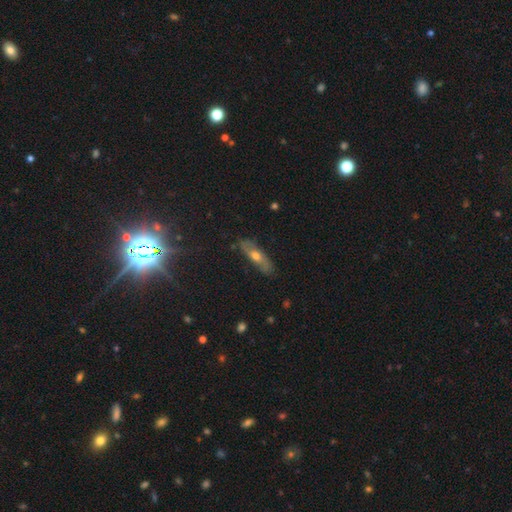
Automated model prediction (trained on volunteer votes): Morphology: type=featured or disk (51%); edge-on=no (52%); merging=none (81%).